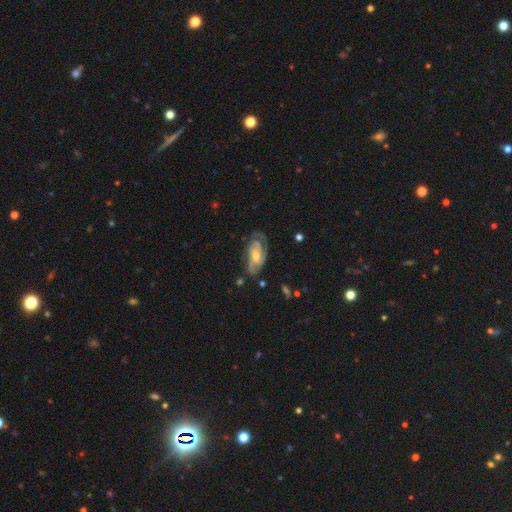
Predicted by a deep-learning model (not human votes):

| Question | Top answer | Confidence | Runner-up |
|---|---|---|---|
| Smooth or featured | featured or disk | 81% | smooth (14%) |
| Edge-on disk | no | 95% | yes (5%) |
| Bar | no | 57% | weak (34%) |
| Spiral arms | yes | 94% | no (6%) |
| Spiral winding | tight | 53% | medium (37%) |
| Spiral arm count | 2 | 55% | can't tell (20%) |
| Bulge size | moderate | 52% | small (39%) |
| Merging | none | 64% | minor disturbance (22%) |